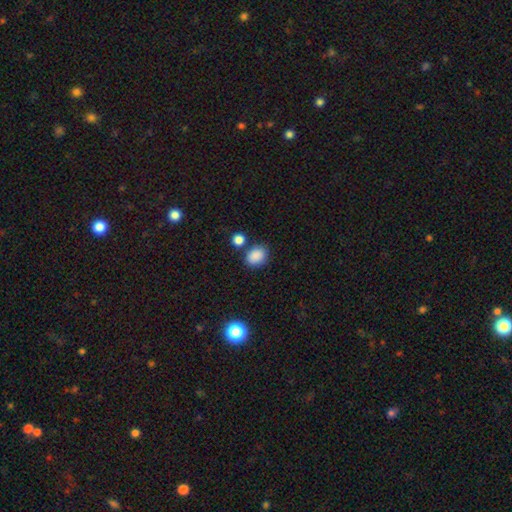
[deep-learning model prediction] Smooth or featured? Predicted: smooth (p=0.87). How rounded? Predicted: round (p=0.51). Merging? Predicted: none (p=0.75).